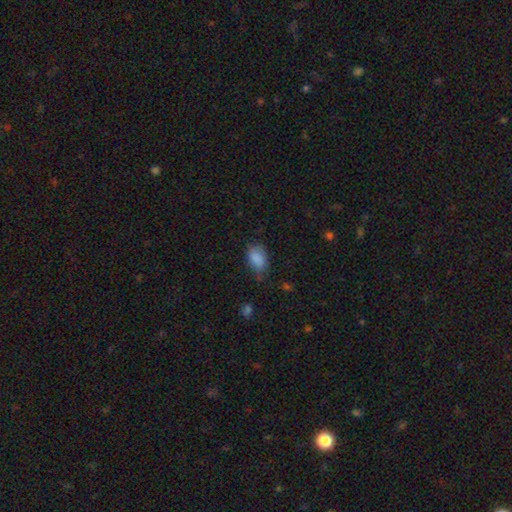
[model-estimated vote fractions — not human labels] Smooth or featured? smooth (84%)
How rounded? in between (84%)
Merging? none (57%)